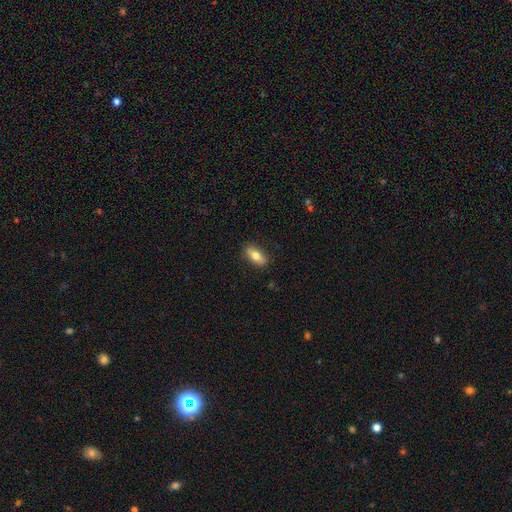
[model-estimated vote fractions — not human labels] A smooth galaxy with no disk features (71%) that is in between round and cigar-shaped (79%).

Vote fractions:
- Smooth or featured? smooth: 71% / featured or disk: 22% / star or artifact: 7%
- How rounded? in between: 79% / cigar-shaped: 17% / round: 4%
- Merging? none: 86% / minor disturbance: 11% / major disturbance: 2% / merger: 1%